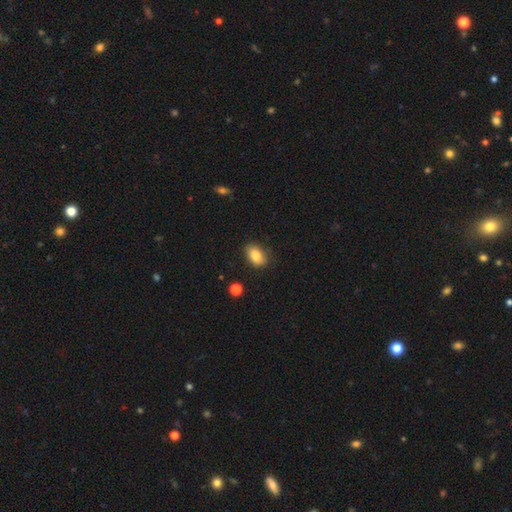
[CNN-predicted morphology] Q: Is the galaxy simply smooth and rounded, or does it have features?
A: smooth — 84%.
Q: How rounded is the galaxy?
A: in between — 88%.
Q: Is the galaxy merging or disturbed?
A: none — 83%.